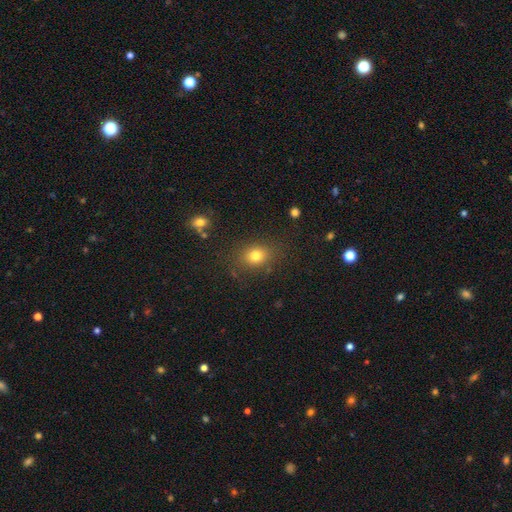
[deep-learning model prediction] smooth-or-featured: smooth: 78% | star or artifact: 14% | featured or disk: 8%
  how-rounded: in between: 54% | round: 44% | cigar-shaped: 1%
  merging: none: 80% | minor disturbance: 13% | major disturbance: 5% | merger: 2%